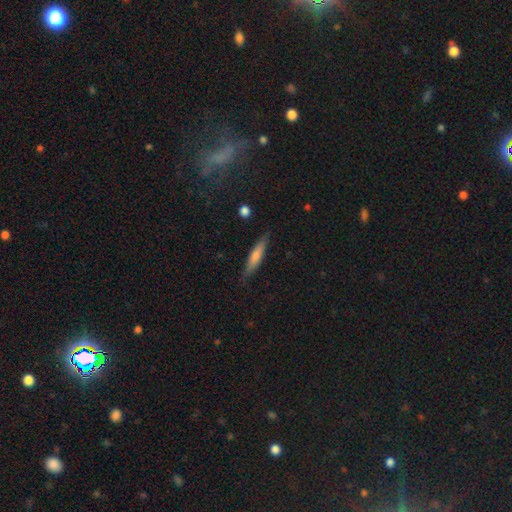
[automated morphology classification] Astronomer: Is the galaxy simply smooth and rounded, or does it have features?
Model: smooth — 67%.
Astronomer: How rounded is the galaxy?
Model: cigar-shaped — 85%.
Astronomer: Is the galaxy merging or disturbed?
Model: none — 82%.